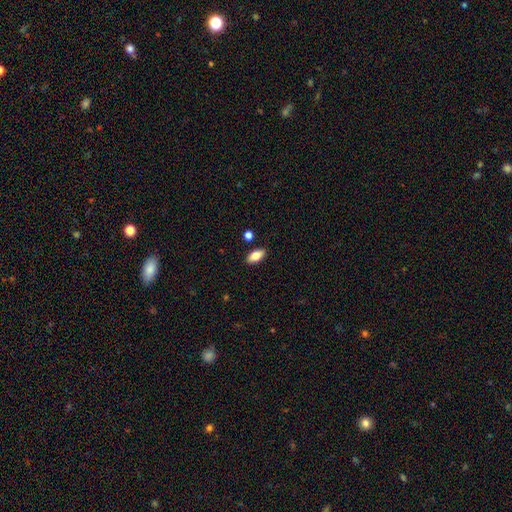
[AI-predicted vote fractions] Smooth or featured?
  - smooth: 79% *
  - featured or disk: 13%
  - star or artifact: 7%
How rounded?
  - in between: 89% *
  - cigar-shaped: 7%
  - round: 3%
Merging?
  - none: 87% *
  - minor disturbance: 8%
  - merger: 2%
  - major disturbance: 2%